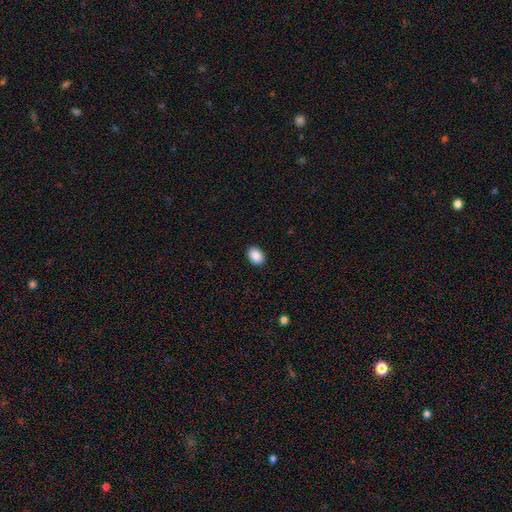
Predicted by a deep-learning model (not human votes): The model was most divided on "how rounded": in between: 80%, round: 19%, cigar-shaped: 1%. More confident: merging — none (91%); smooth or featured — smooth (90%).